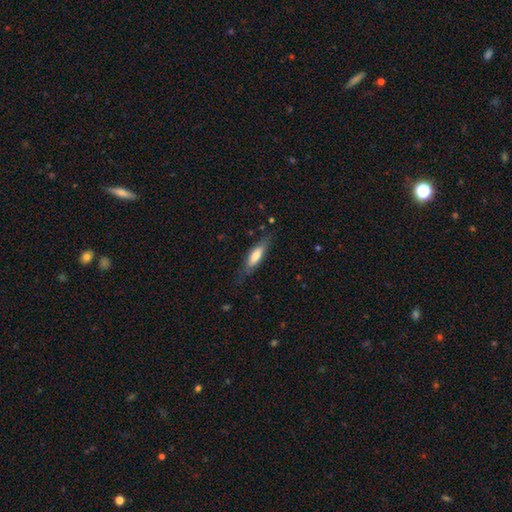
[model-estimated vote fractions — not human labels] Smooth or featured? Predicted: smooth (p=0.69). How rounded? Predicted: cigar-shaped (p=0.54). Merging? Predicted: none (p=0.75).